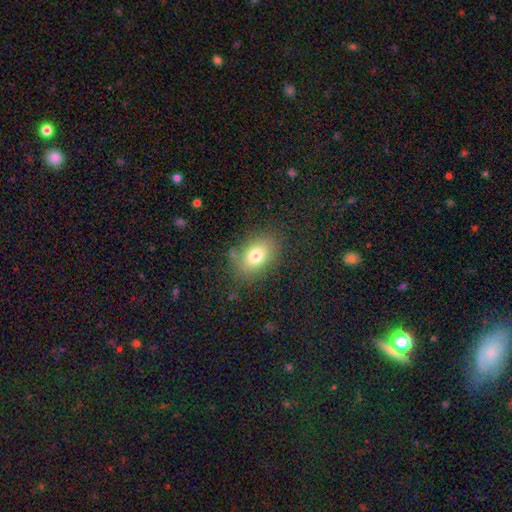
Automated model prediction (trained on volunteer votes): smooth-or-featured: smooth: 75% | featured or disk: 13% | star or artifact: 11%
  how-rounded: in between: 78% | round: 20% | cigar-shaped: 2%
  merging: none: 79% | minor disturbance: 14% | major disturbance: 5% | merger: 2%